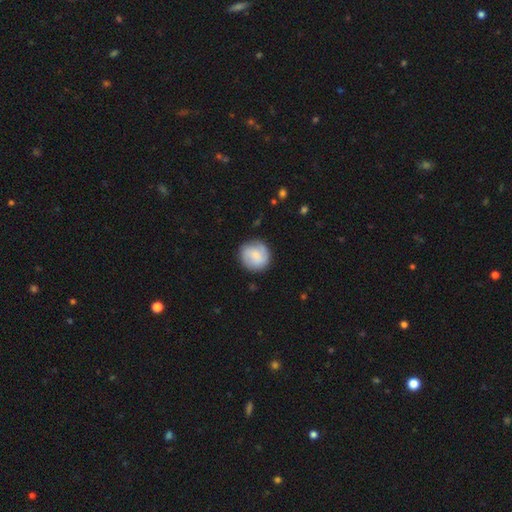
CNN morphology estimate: smooth_or_featured: smooth (p=0.67) [alt: featured or disk p=0.27]
how_rounded: round (p=0.91) [alt: in between p=0.08]
merging: none (p=0.82) [alt: minor disturbance p=0.13]